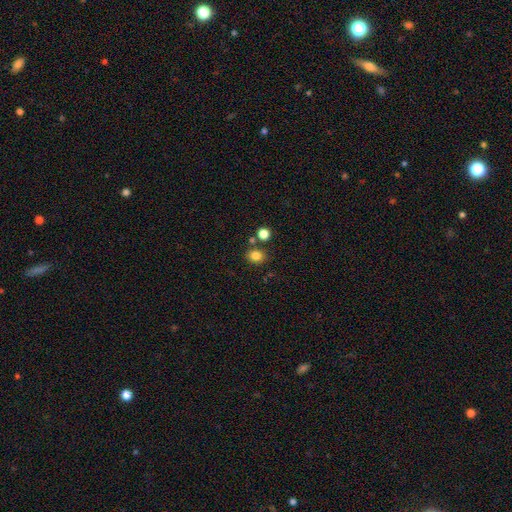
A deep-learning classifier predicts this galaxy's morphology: Smooth or featured? smooth (82%)
How rounded? round (70%)
Merging? none (77%)